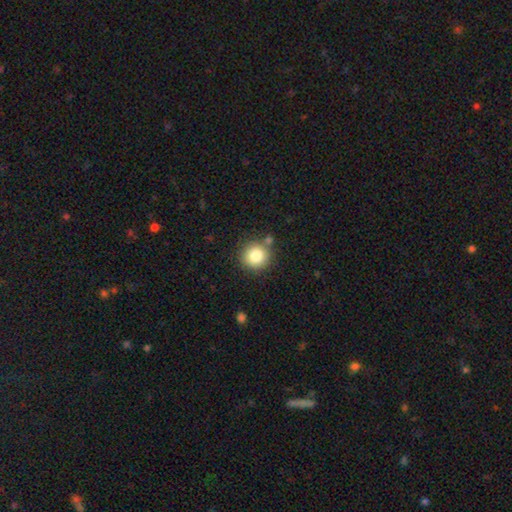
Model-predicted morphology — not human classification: A smooth galaxy with no disk features (83%) that is round (92%). Merging: none (78%).